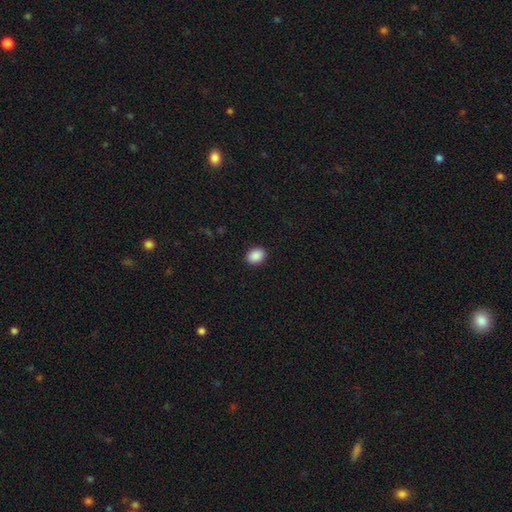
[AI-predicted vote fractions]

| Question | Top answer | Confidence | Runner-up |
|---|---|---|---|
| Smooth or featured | smooth | 90% | star or artifact (8%) |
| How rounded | in between | 61% | round (39%) |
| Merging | none | 91% | minor disturbance (6%) |